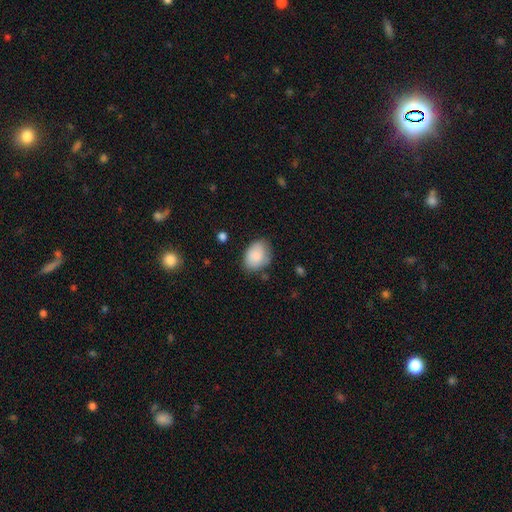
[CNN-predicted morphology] Smooth or featured: smooth — 87% (star or artifact — 7%)
How rounded: in between — 76% (round — 23%)
Merging: none — 72% (minor disturbance — 21%)